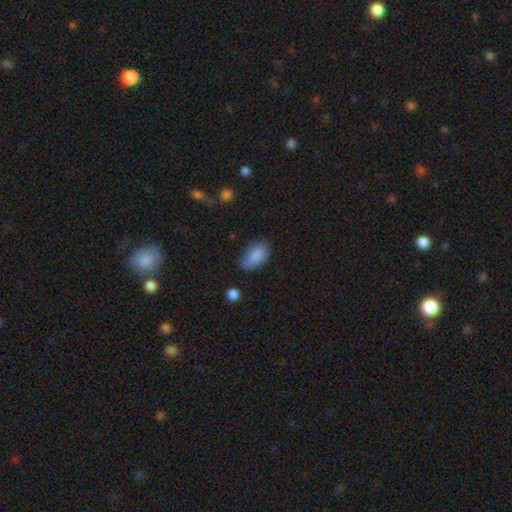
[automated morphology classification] smooth-or-featured: smooth: 85% | star or artifact: 8% | featured or disk: 7%
  how-rounded: in between: 92% | round: 6% | cigar-shaped: 2%
  merging: none: 64% | minor disturbance: 27% | major disturbance: 6% | merger: 2%